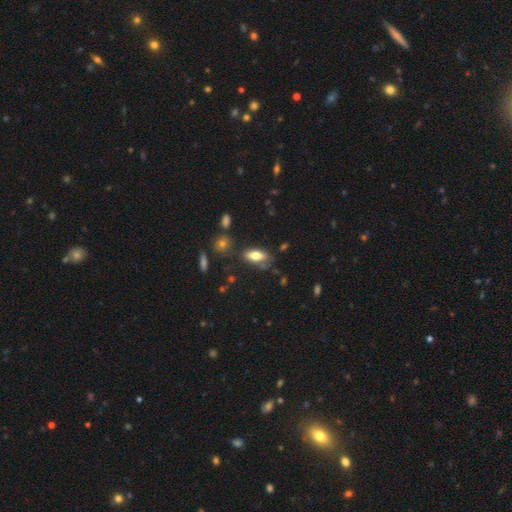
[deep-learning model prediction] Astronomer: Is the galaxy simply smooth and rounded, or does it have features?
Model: smooth — 75%.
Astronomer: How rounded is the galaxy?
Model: in between — 82%.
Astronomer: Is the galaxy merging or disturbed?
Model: none — 70%.